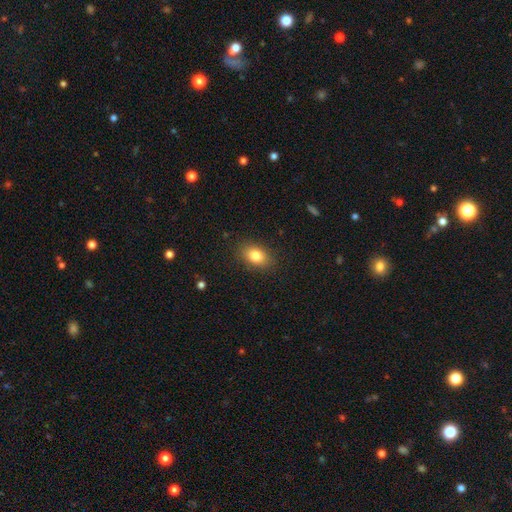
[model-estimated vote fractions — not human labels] smooth-or-featured: smooth: 82% | star or artifact: 9% | featured or disk: 9%
  how-rounded: in between: 78% | round: 21% | cigar-shaped: 1%
  merging: none: 86% | minor disturbance: 10% | major disturbance: 3% | merger: 1%